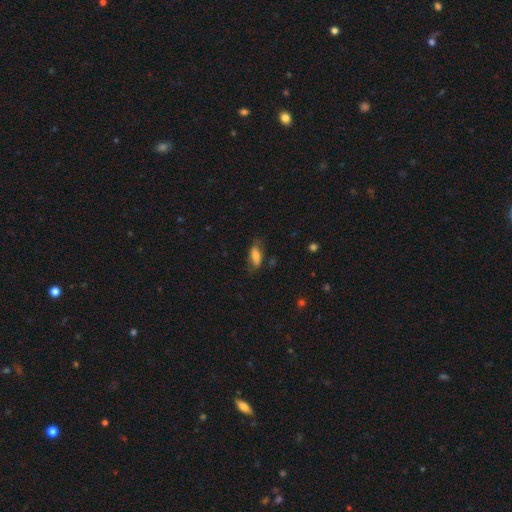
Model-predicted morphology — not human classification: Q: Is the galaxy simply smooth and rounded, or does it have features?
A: smooth — 69%.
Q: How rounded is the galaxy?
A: in between — 78%.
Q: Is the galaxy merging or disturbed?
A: none — 63%.